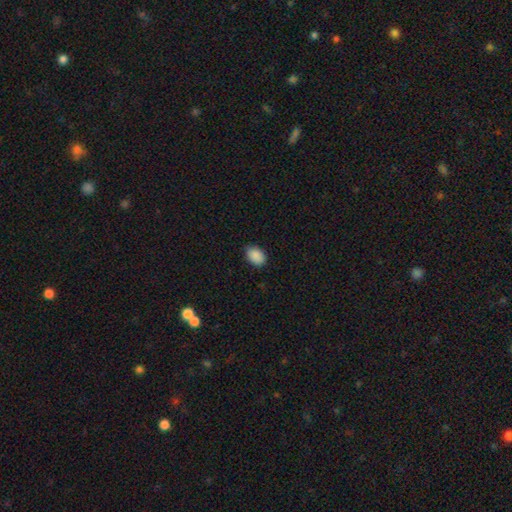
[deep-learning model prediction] This is clearly a smooth galaxy (89%). How rounded: clearly in between (81%). Merging: clearly none (83%).